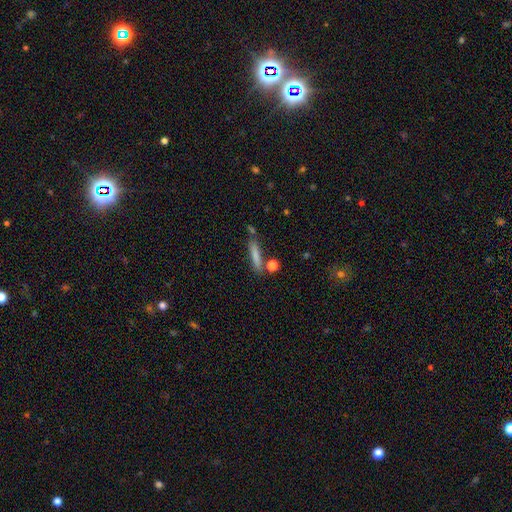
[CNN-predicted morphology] Smooth or featured? smooth (77%)
How rounded? cigar-shaped (86%)
Merging? none (73%)